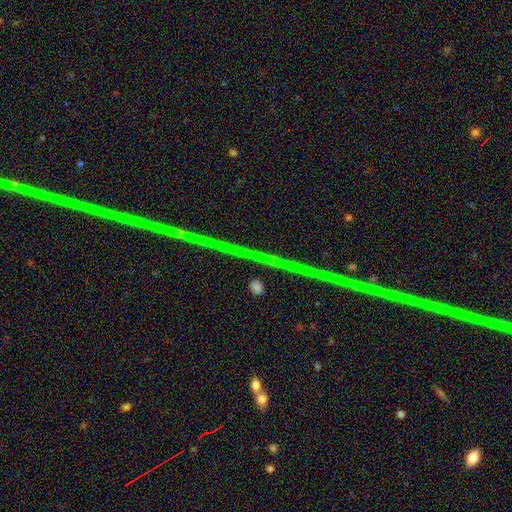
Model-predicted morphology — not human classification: The model was most divided on "smooth or featured": star or artifact: 68%, featured or disk: 20%, smooth: 12%.